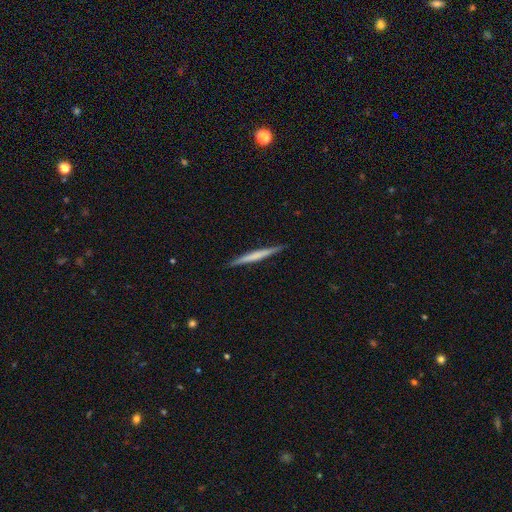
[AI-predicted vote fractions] A smooth galaxy with no disk features (50%).

Vote fractions:
- Smooth or featured? smooth: 50% / featured or disk: 45% / star or artifact: 5%
- Merging? none: 91% / minor disturbance: 7% / major disturbance: 1% / merger: 1%